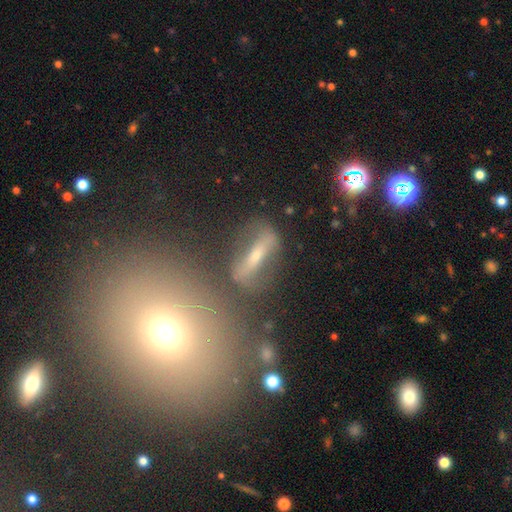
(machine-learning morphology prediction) This appears to be a featured or disk galaxy (56%). Merging: none (60%).